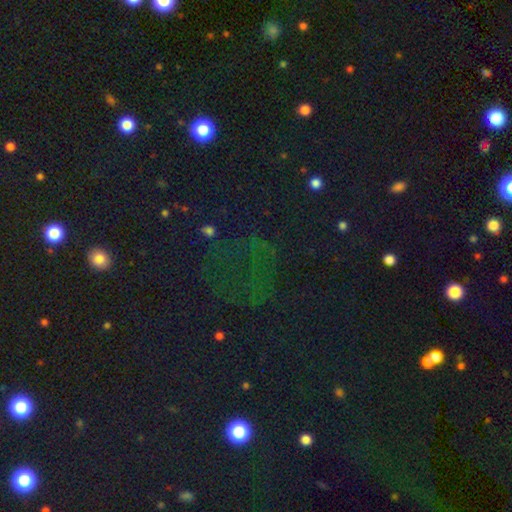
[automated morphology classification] type=star or artifact (62%).